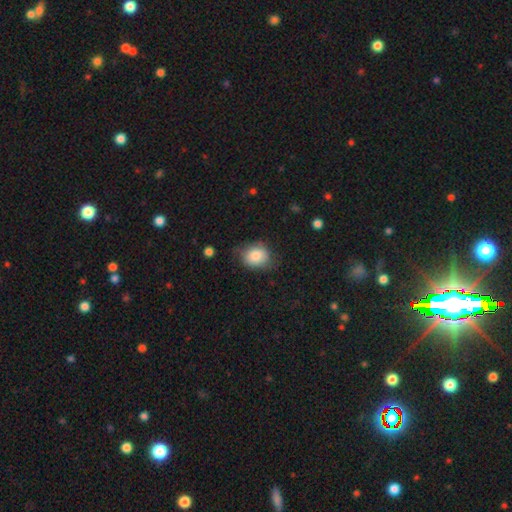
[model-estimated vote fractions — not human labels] The model was most divided on "how rounded": round: 54%, in between: 45%, cigar-shaped: 1%. More confident: smooth or featured — smooth (83%); merging — none (63%).